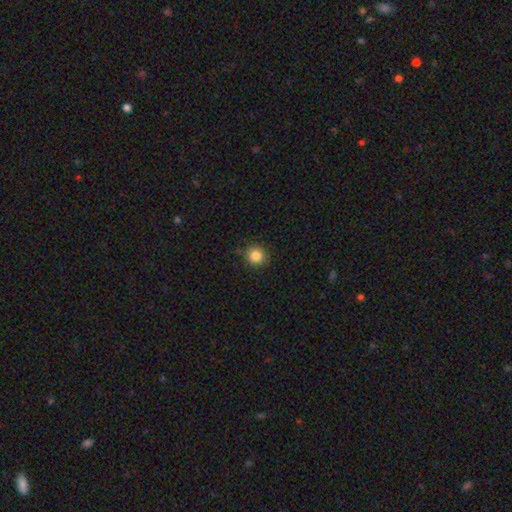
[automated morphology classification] Smooth or featured? smooth (85%)
How rounded? round (92%)
Merging? none (89%)